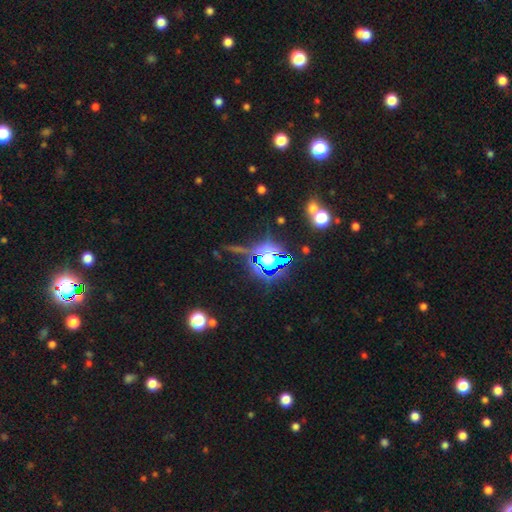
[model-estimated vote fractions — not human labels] Smooth or featured? Predicted: star or artifact (p=0.80).